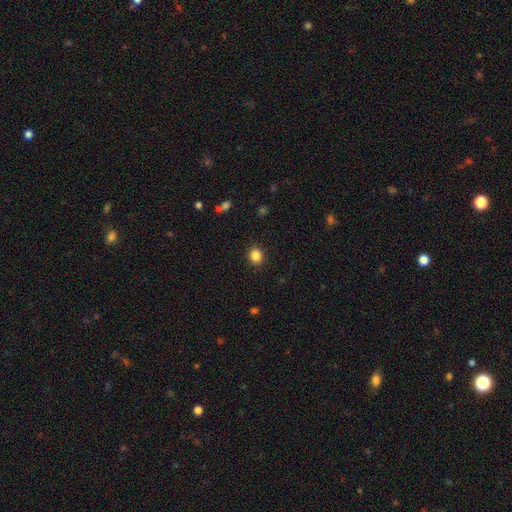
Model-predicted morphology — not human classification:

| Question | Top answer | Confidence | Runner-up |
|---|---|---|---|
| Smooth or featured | smooth | 86% | star or artifact (10%) |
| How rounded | round | 78% | in between (21%) |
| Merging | none | 91% | minor disturbance (6%) |